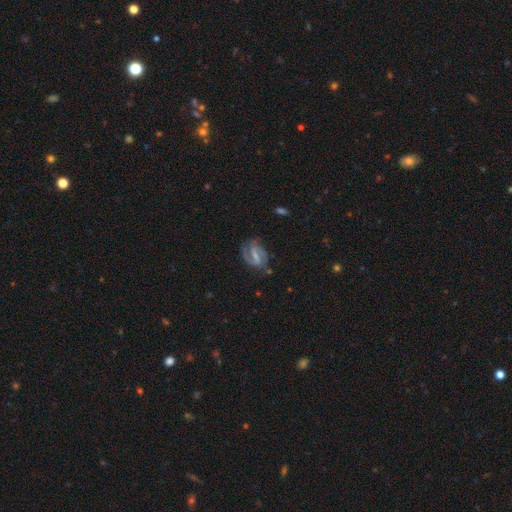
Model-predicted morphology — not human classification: smooth-or-featured: featured or disk: 86% | smooth: 8% | star or artifact: 6%
  disk-edge-on: no: 97% | yes: 3%
    bar: strong: 45% | weak: 43% | no: 13%
    has-spiral-arms: yes: 96% | no: 4%
      spiral-winding: medium: 54% | tight: 27% | loose: 19%
      spiral-arm-count: 2: 86% | can't tell: 4% | 3: 4% | 1: 3% | 4: 1% | more than 4: 1%
    bulge-size: small: 42% | none: 32% | moderate: 22% | large: 3% | dominant: 1%
  merging: none: 71% | minor disturbance: 18% | major disturbance: 8% | merger: 2%